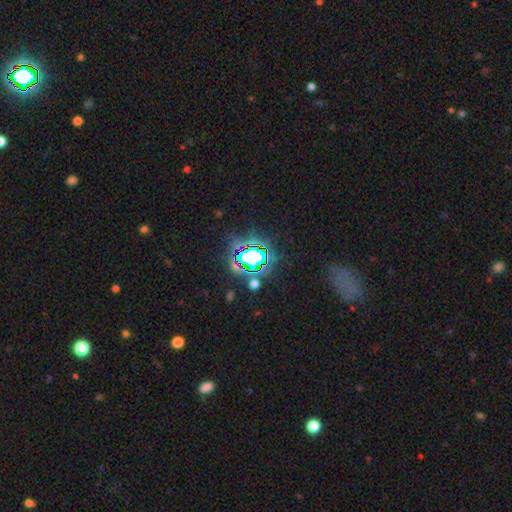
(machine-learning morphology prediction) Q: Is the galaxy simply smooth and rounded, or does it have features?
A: star or artifact — 73%.